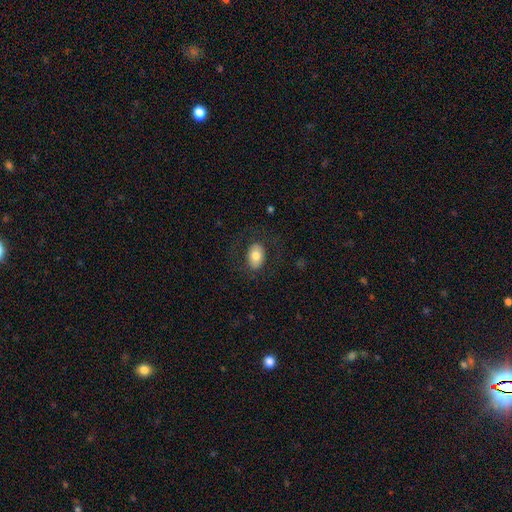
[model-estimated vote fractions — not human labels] The model was most divided on "smooth or featured": smooth: 75%, featured or disk: 17%, star or artifact: 7%. More confident: how rounded — in between (83%); merging — none (81%).